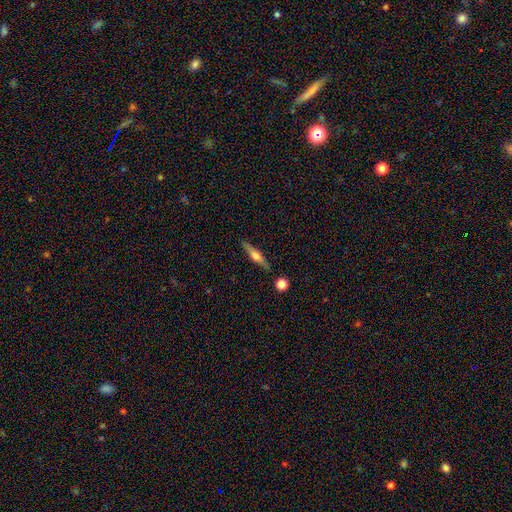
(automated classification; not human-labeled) Smooth or featured: featured or disk — 62% (smooth — 31%)
Edge-on disk: yes — 96% (no — 4%)
Edge-on bulge: rounded — 84% (boxy — 11%)
Merging: none — 85% (minor disturbance — 9%)